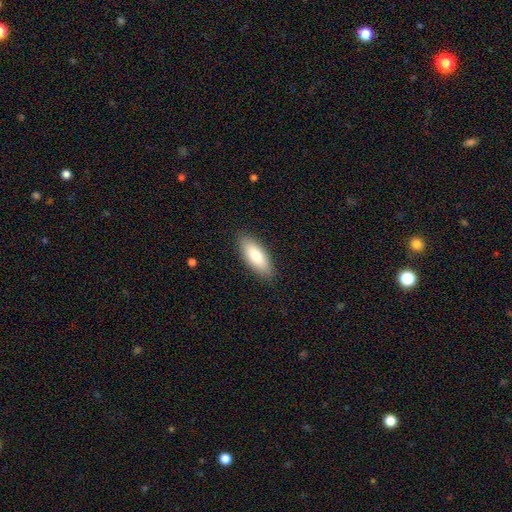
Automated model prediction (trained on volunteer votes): Smooth or featured? Predicted: smooth (p=0.79). How rounded? Predicted: in between (p=0.75). Merging? Predicted: none (p=0.87).